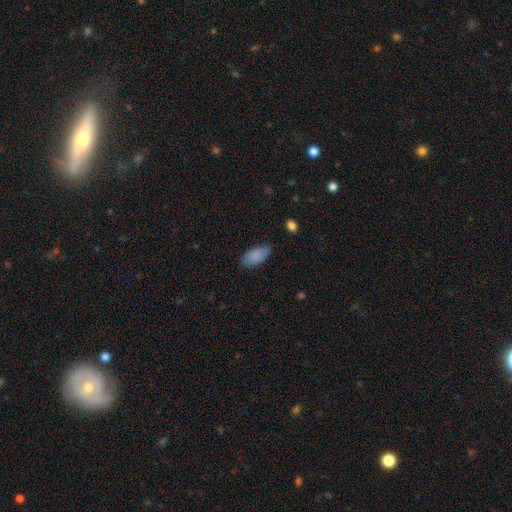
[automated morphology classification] smooth_or_featured: smooth (p=0.87) [alt: star or artifact p=0.07]
how_rounded: in between (p=0.93) [alt: cigar-shaped p=0.05]
merging: none (p=0.74) [alt: minor disturbance p=0.21]